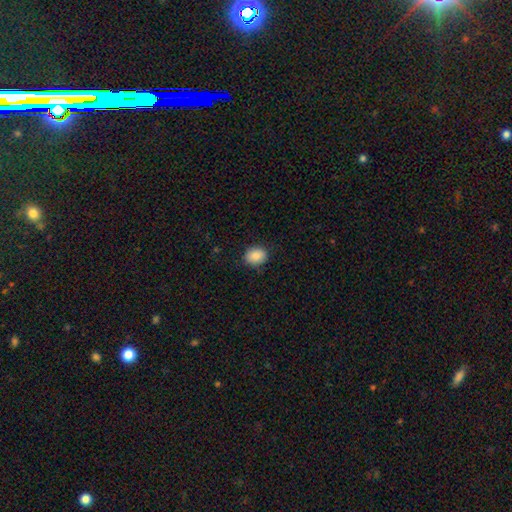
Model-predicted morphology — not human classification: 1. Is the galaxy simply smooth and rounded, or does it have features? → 88% smooth, 8% star or artifact, 4% featured or disk.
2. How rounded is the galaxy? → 55% round, 44% in between, 1% cigar-shaped.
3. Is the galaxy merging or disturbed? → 85% none, 12% minor disturbance, 3% major disturbance, 1% merger.